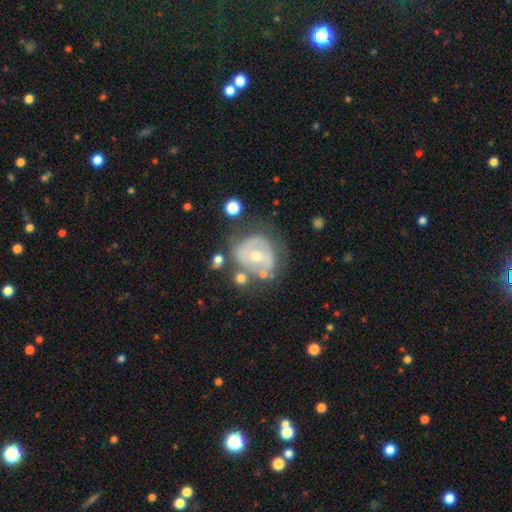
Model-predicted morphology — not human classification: Smooth or featured? featured or disk (70%)
Edge-on disk? no (97%)
Bar? no (50%)
Spiral arms? yes (66%)
Bulge size? moderate (49%)
Merging? none (55%)